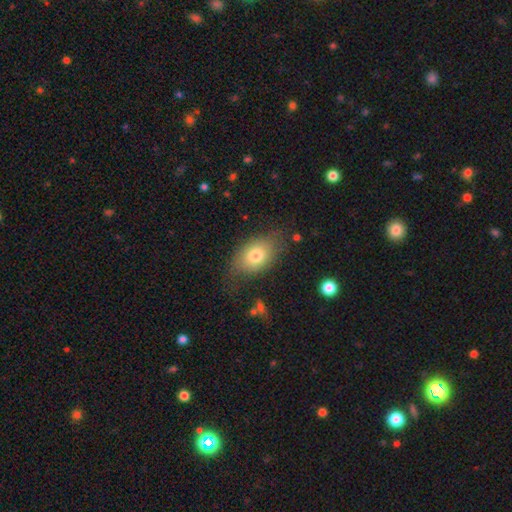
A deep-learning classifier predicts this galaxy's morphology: Smooth or featured: smooth — 75% (featured or disk — 16%)
How rounded: in between — 82% (round — 16%)
Merging: none — 67% (minor disturbance — 22%)